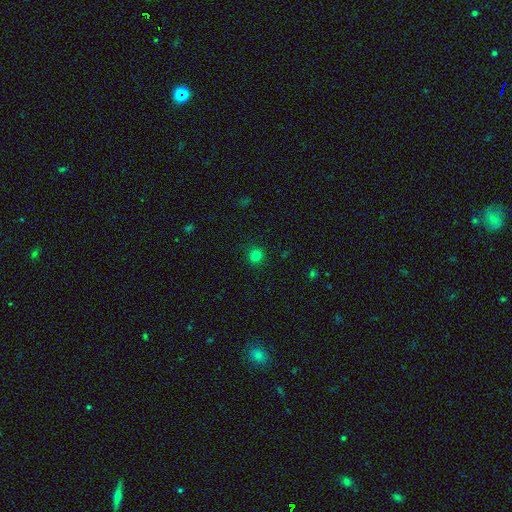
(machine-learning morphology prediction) The model was most divided on "smooth or featured": smooth: 81%, star or artifact: 15%, featured or disk: 4%. More confident: how rounded — round (93%); merging — none (90%).